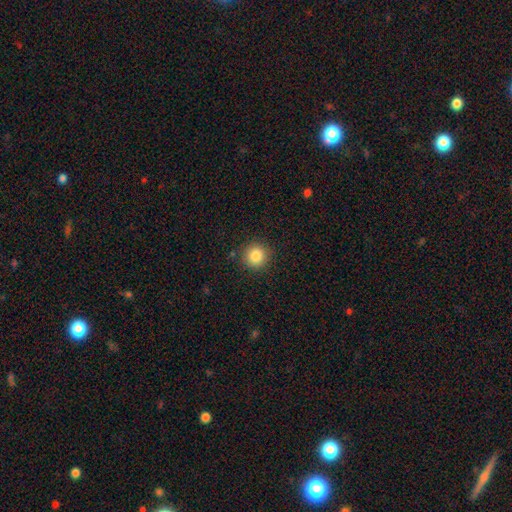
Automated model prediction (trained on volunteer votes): smooth-or-featured: smooth: 84% | star or artifact: 10% | featured or disk: 5%
  how-rounded: round: 93% | in between: 7% | cigar-shaped: 1%
  merging: none: 89% | minor disturbance: 7% | major disturbance: 2% | merger: 1%